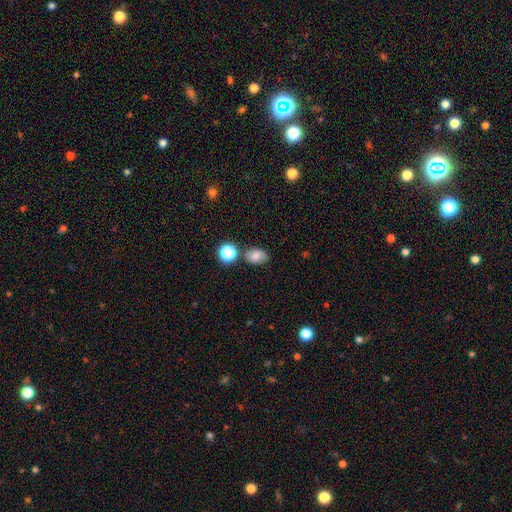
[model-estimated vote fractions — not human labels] Smooth or featured? Predicted: smooth (p=0.71). How rounded? Predicted: in between (p=0.71). Merging? Predicted: none (p=0.75).